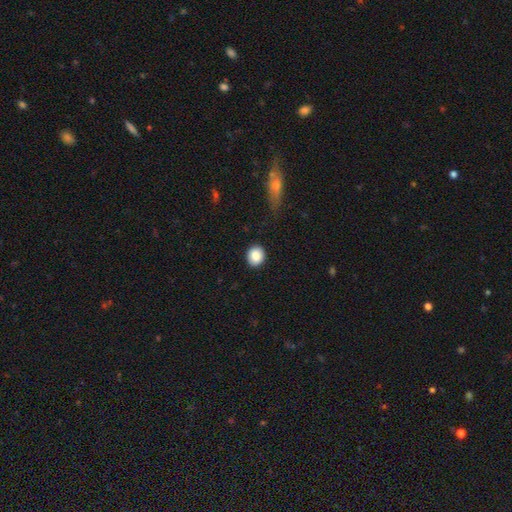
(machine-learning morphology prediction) type=smooth (86%); roundness=round (74%); merging=none (90%).